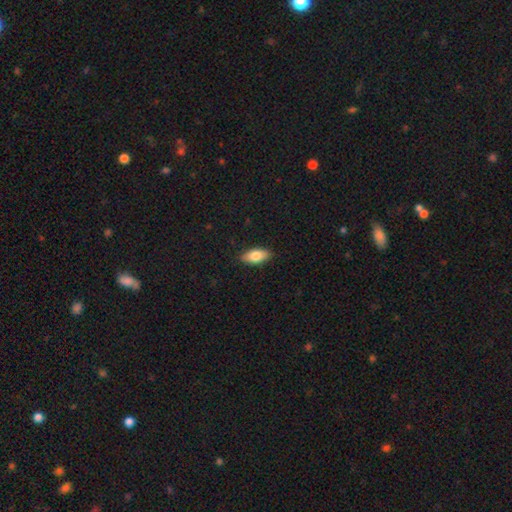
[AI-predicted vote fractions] The model was most divided on "smooth or featured": smooth: 78%, featured or disk: 16%, star or artifact: 6%. More confident: merging — none (88%); how rounded — in between (87%).